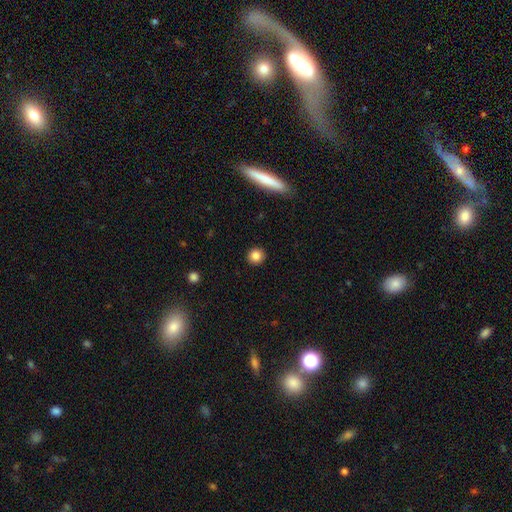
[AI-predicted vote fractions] A smooth galaxy with no disk features (84%) that is round (92%). Merging: none (92%).